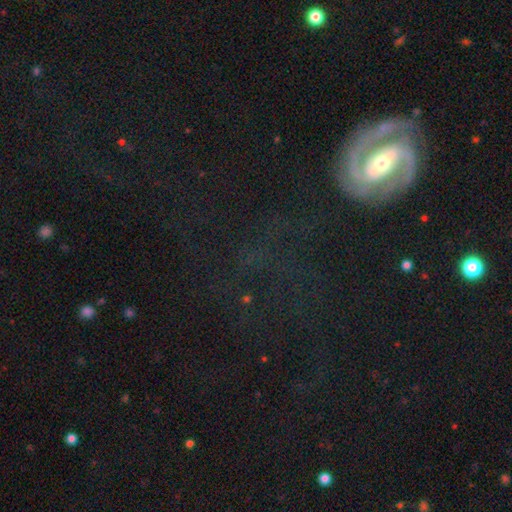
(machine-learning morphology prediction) type=featured or disk (47%); merging=none (72%).